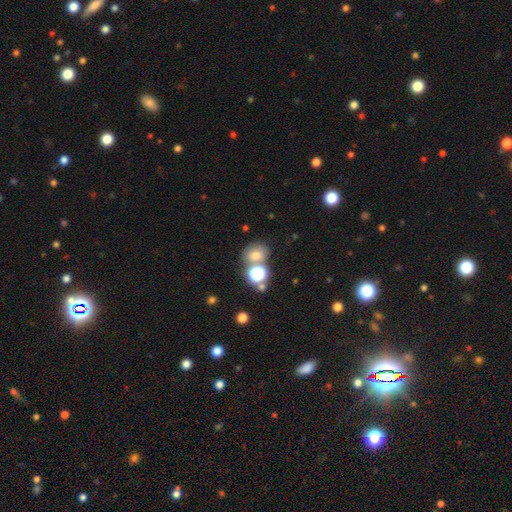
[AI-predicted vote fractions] Q: Smooth or featured?
A: smooth (65%); runner-up: star or artifact (24%)
Q: How rounded?
A: round (58%); runner-up: in between (41%)
Q: Merging?
A: none (58%); runner-up: merger (25%)